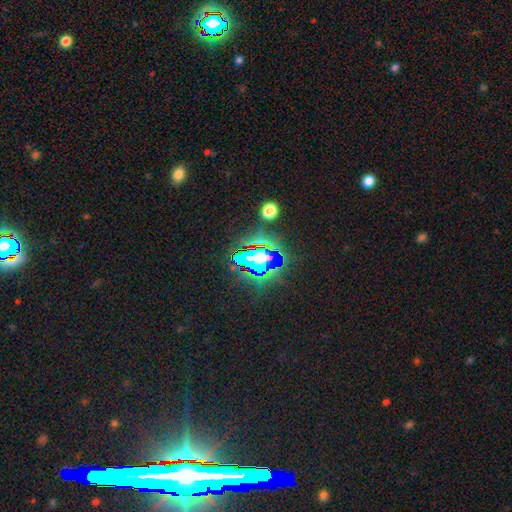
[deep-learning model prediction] Smooth or featured: star or artifact — 77% (smooth — 14%)